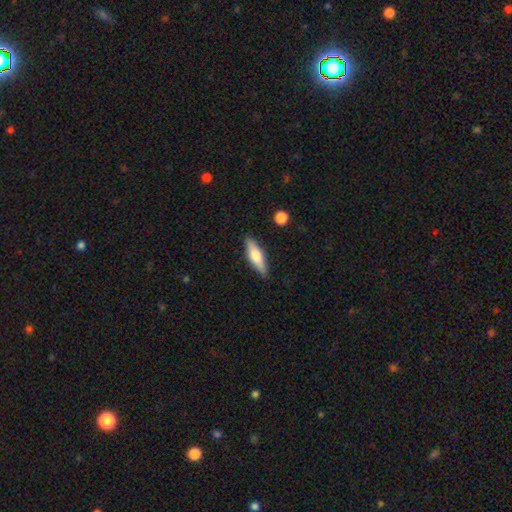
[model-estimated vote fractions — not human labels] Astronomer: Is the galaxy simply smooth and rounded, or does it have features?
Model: smooth — 59% (runner-up: featured or disk, 35%).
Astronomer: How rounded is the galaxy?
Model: cigar-shaped — 59% (runner-up: in between, 39%).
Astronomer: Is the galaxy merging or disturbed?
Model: none — 86%.